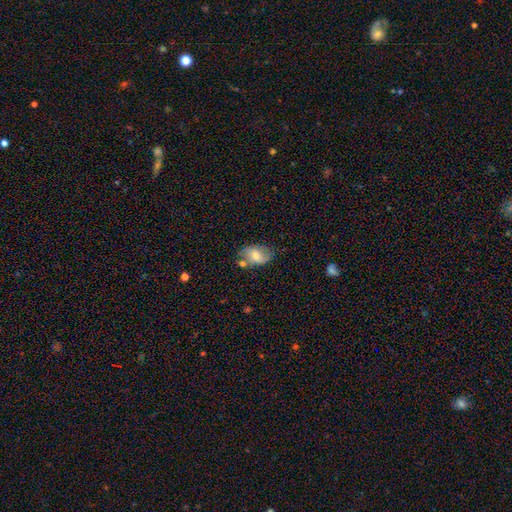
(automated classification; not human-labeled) Smooth or featured? Predicted: smooth (p=0.58). How rounded? Predicted: in between (p=0.86). Merging? Predicted: none (p=0.60).